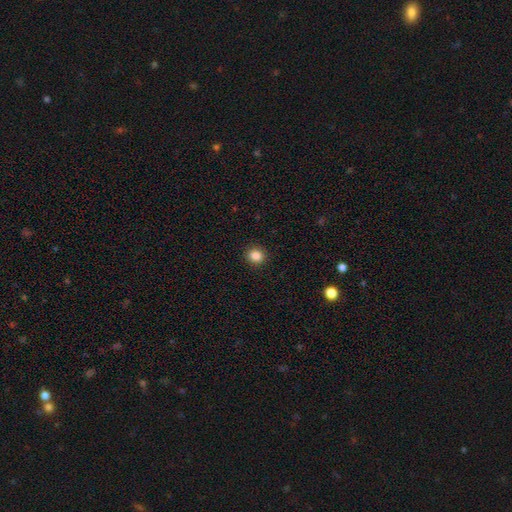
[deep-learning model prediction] smooth-or-featured: smooth: 86% | star or artifact: 11% | featured or disk: 4%
  how-rounded: round: 84% | in between: 15% | cigar-shaped: 1%
  merging: none: 92% | minor disturbance: 5% | major disturbance: 2% | merger: 1%